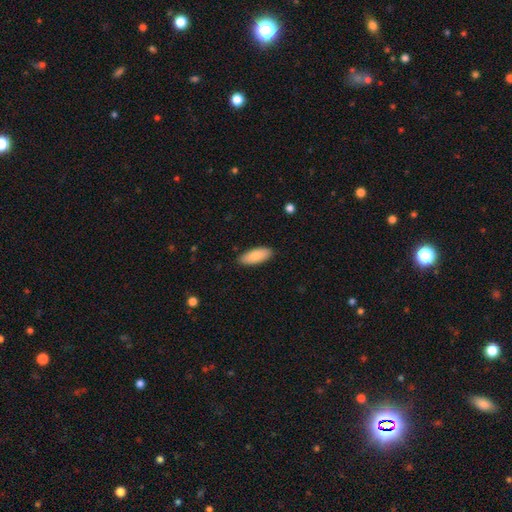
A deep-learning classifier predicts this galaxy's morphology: smooth-or-featured: smooth: 83% | featured or disk: 11% | star or artifact: 6%
  how-rounded: in between: 81% | cigar-shaped: 17% | round: 2%
  merging: none: 88% | minor disturbance: 10% | major disturbance: 2% | merger: 1%